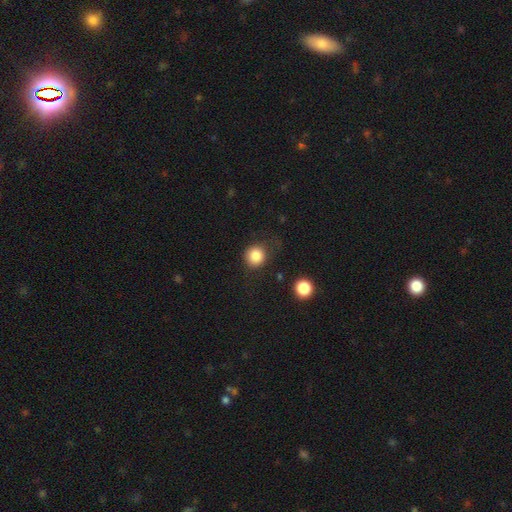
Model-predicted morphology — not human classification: Smooth or featured? smooth (85%)
How rounded? round (88%)
Merging? none (77%)